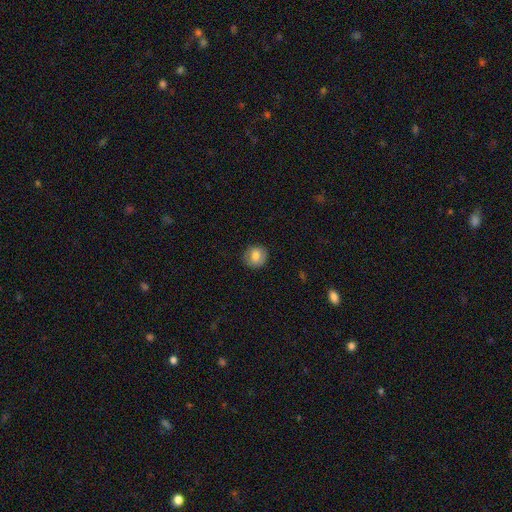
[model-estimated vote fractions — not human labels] Smooth or featured: smooth — 77% (featured or disk — 14%)
How rounded: round — 86% (in between — 13%)
Merging: none — 87% (minor disturbance — 10%)